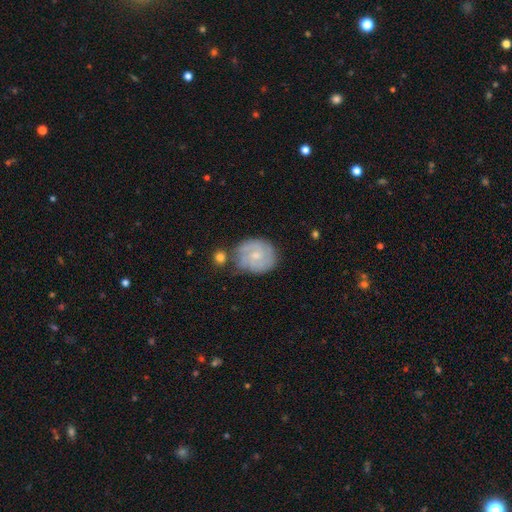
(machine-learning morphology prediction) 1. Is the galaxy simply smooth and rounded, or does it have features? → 74% featured or disk, 20% smooth, 6% star or artifact.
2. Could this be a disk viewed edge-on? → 98% no, 2% yes.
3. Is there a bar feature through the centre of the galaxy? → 63% no, 33% weak, 4% strong.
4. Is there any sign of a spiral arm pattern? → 92% yes, 8% no.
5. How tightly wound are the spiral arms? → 61% tight, 31% medium, 8% loose.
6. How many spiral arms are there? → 36% 2, 27% can't tell, 23% 3, 6% 4, 4% 1, 4% more than 4.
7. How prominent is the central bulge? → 60% small, 33% moderate, 5% none, 1% large, 1% dominant.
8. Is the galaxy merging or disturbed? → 64% none, 21% minor disturbance, 8% merger, 7% major disturbance.